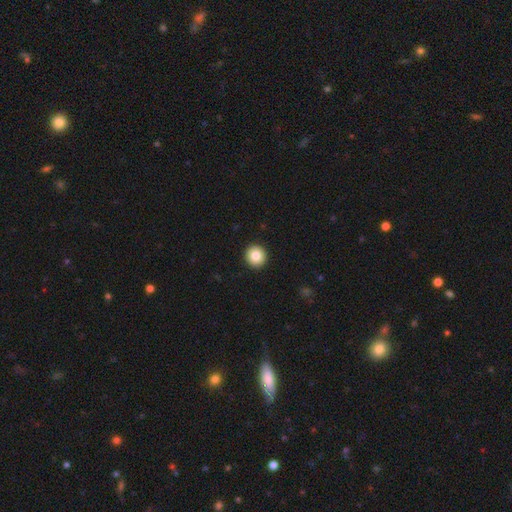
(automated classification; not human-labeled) Q: Smooth or featured?
A: smooth (85%); runner-up: star or artifact (8%)
Q: How rounded?
A: round (93%); runner-up: in between (6%)
Q: Merging?
A: none (93%); runner-up: minor disturbance (4%)